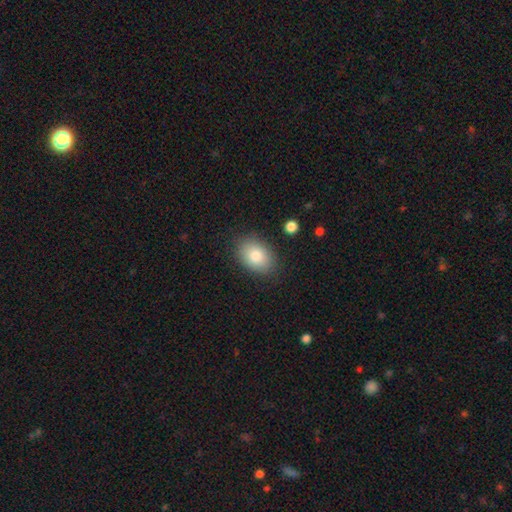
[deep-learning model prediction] smooth-or-featured: smooth: 83% | featured or disk: 10% | star or artifact: 8%
  how-rounded: in between: 82% | round: 17% | cigar-shaped: 1%
  merging: none: 84% | minor disturbance: 11% | major disturbance: 3% | merger: 2%